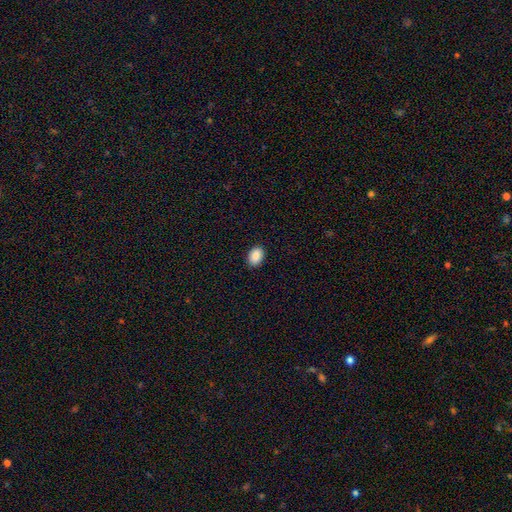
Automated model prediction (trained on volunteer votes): smooth 90%, star or artifact 7%, featured or disk 3%. Down the decision tree: how rounded — in between (79%); merging — none (90%).